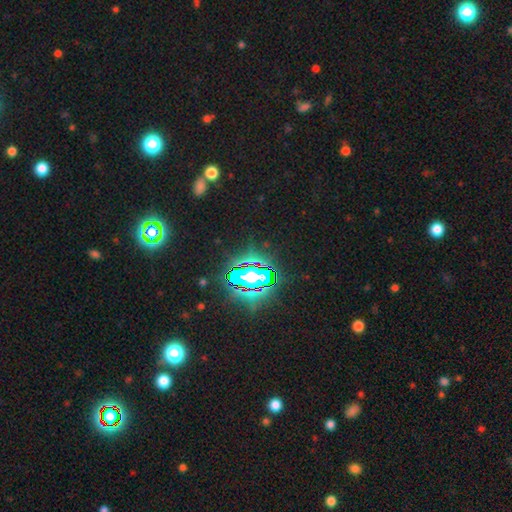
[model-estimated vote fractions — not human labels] Morphology: type=star or artifact (82%).